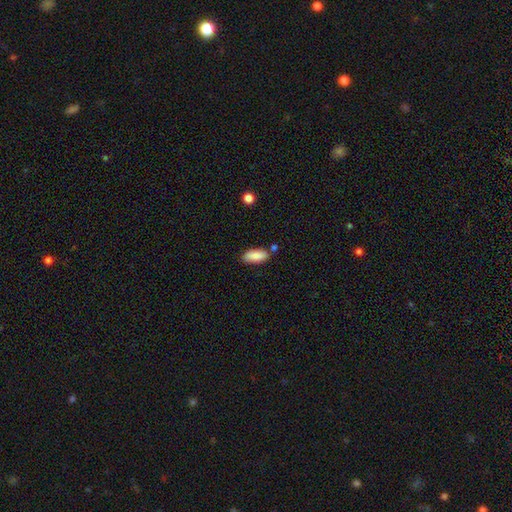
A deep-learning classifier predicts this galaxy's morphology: A smooth galaxy with no disk features (87%) that is in between round and cigar-shaped (83%).

Vote fractions:
- Smooth or featured? smooth: 87% / star or artifact: 7% / featured or disk: 6%
- How rounded? in between: 83% / cigar-shaped: 15% / round: 2%
- Merging? none: 78% / minor disturbance: 13% / merger: 7% / major disturbance: 3%